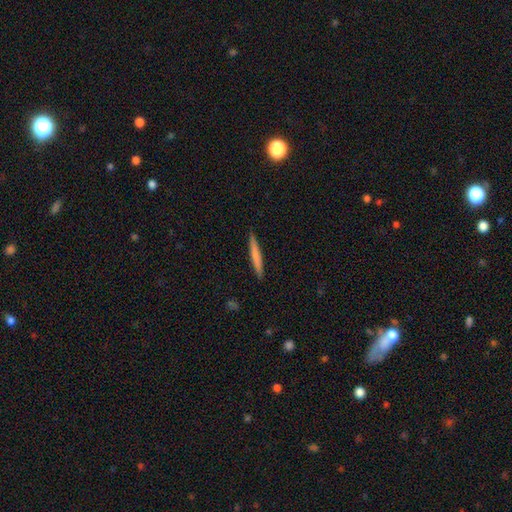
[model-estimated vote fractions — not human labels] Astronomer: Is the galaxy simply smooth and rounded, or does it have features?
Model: smooth — 67%.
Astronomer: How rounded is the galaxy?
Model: cigar-shaped — 96%.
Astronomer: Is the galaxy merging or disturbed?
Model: none — 91%.